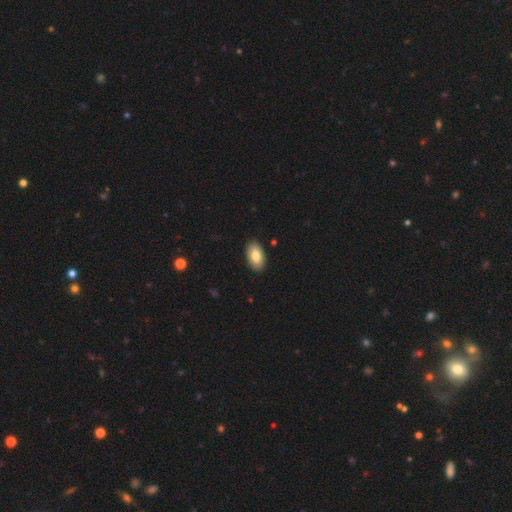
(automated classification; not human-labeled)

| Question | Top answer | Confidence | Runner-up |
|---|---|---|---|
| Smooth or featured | smooth | 83% | featured or disk (11%) |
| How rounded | in between | 95% | round (3%) |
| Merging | none | 89% | minor disturbance (8%) |